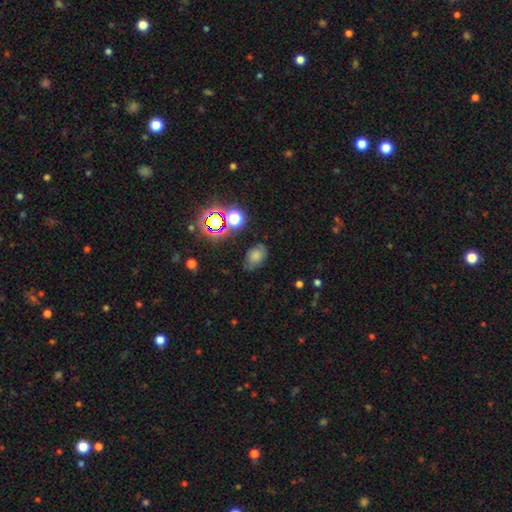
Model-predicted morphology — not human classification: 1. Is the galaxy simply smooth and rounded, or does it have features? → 62% smooth, 20% star or artifact, 18% featured or disk.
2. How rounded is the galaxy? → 82% in between, 17% round, 1% cigar-shaped.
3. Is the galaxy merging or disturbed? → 71% none, 20% minor disturbance, 6% major disturbance, 3% merger.